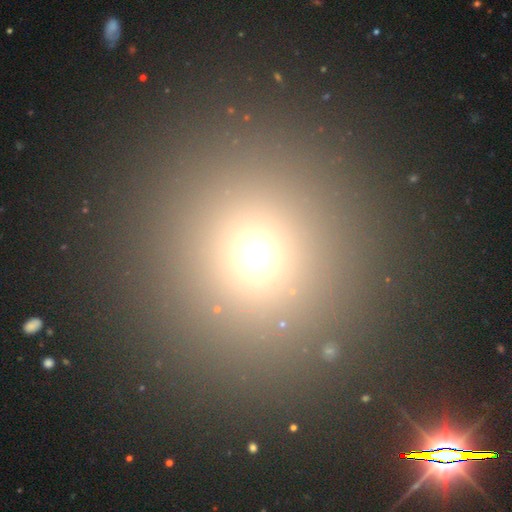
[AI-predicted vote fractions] A smooth galaxy with no disk features (65%) that is round (92%). Merging: none (88%).